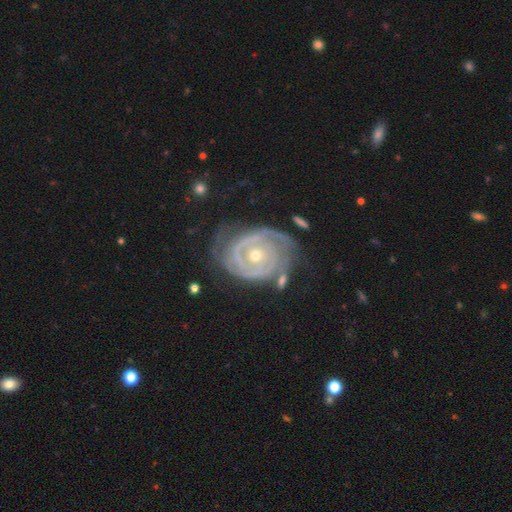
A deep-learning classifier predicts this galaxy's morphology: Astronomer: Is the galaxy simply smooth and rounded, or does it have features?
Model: featured or disk — 90%.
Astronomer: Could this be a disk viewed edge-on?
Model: no — 97%.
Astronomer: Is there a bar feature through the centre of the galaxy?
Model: no — 76%.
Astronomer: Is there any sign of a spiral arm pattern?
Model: yes — 95%.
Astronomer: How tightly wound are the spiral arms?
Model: tight — 81%.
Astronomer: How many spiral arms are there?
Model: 2 — 42% (runner-up: can't tell, 22%).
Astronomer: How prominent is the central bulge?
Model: small — 49% (runner-up: moderate, 48%).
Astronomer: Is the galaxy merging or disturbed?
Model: none — 58%.